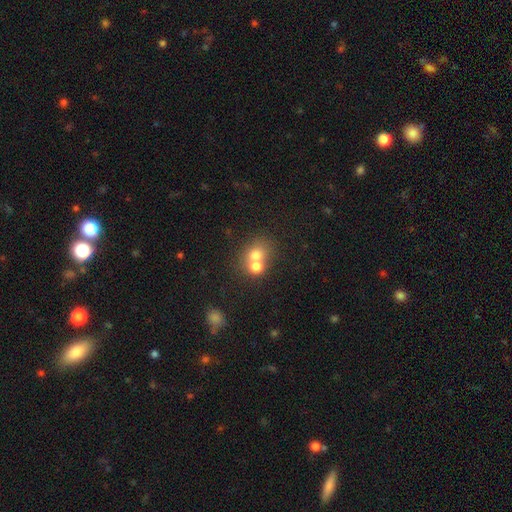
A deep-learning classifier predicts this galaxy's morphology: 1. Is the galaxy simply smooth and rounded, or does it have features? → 71% smooth, 17% featured or disk, 13% star or artifact.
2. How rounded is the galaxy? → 70% round, 29% in between, 1% cigar-shaped.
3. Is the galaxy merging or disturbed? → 60% merger, 31% none, 6% minor disturbance, 3% major disturbance.